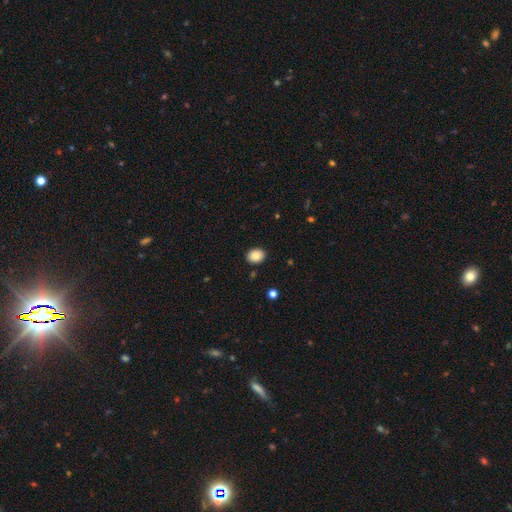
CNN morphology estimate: This appears to be a smooth galaxy with no disk features (88%) that is in between round and cigar-shaped (54%). Merging: none (90%).